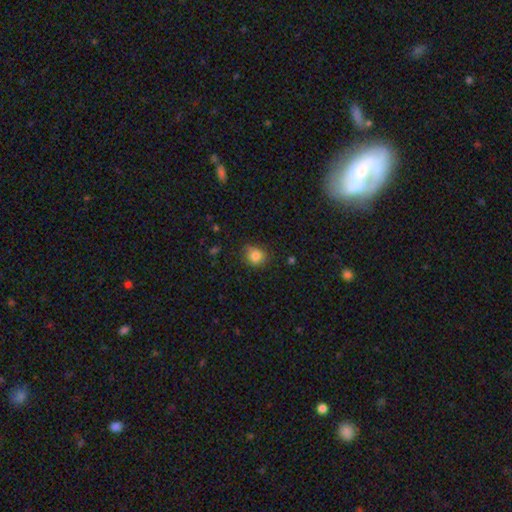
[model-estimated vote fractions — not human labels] smooth-or-featured: smooth: 83% | star or artifact: 11% | featured or disk: 6%
  how-rounded: round: 72% | in between: 27% | cigar-shaped: 1%
  merging: none: 75% | minor disturbance: 20% | major disturbance: 4% | merger: 2%